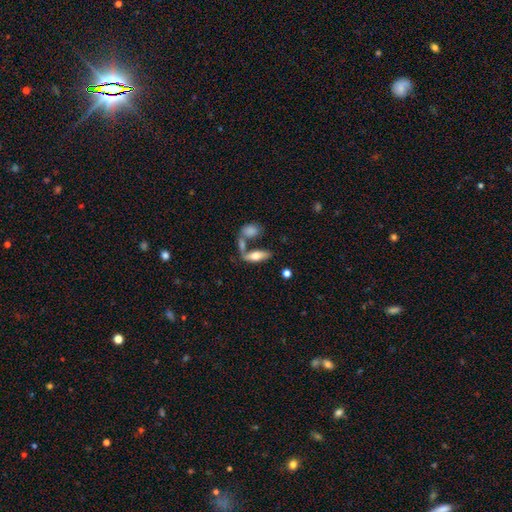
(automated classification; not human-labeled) Smooth or featured: smooth — 60% (featured or disk — 33%)
How rounded: in between — 63% (cigar-shaped — 34%)
Merging: none — 50% (merger — 30%)